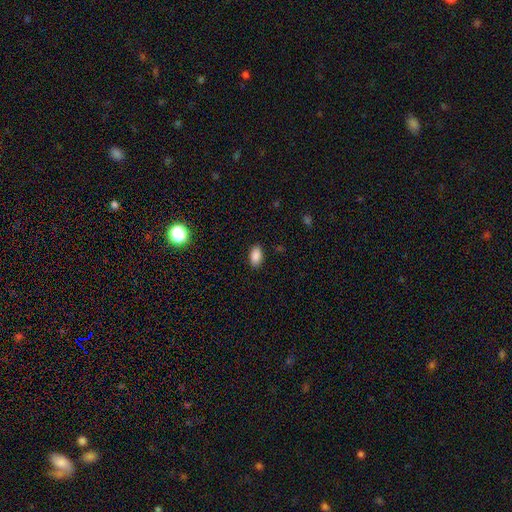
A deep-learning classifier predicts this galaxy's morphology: smooth 88%, star or artifact 9%, featured or disk 3%. Down the decision tree: how rounded — in between (92%); merging — none (88%).